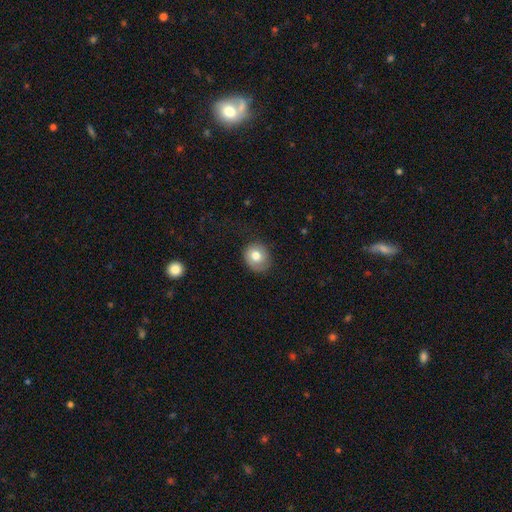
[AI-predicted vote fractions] smooth-or-featured: smooth: 76% | featured or disk: 16% | star or artifact: 8%
  how-rounded: round: 71% | in between: 29% | cigar-shaped: 1%
  merging: none: 74% | minor disturbance: 19% | major disturbance: 6% | merger: 1%